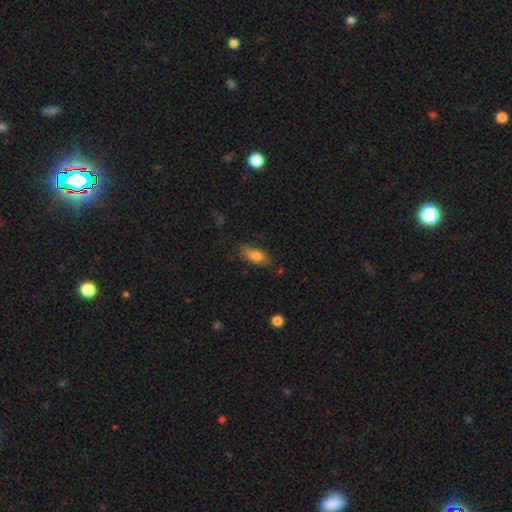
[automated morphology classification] Smooth or featured? Predicted: smooth (p=0.79). How rounded? Predicted: in between (p=0.80). Merging? Predicted: none (p=0.80).